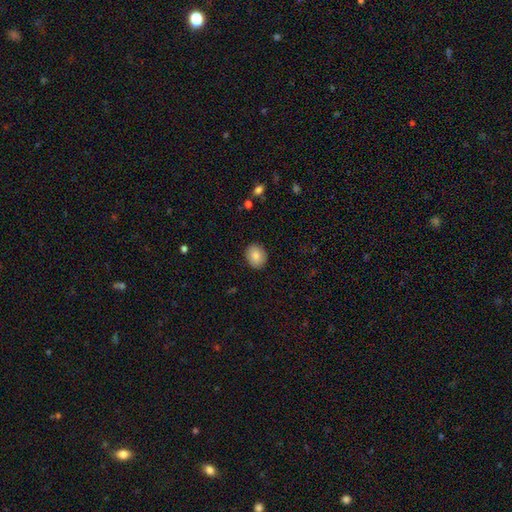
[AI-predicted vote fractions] smooth_or_featured: smooth (p=0.86) [alt: star or artifact p=0.07]
how_rounded: round (p=0.56) [alt: in between p=0.43]
merging: none (p=0.89) [alt: minor disturbance p=0.08]